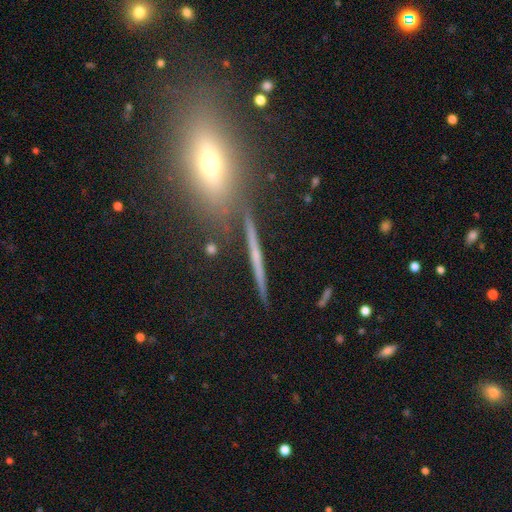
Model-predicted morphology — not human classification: smooth-or-featured: featured or disk: 59% | smooth: 25% | star or artifact: 16%
  disk-edge-on: yes: 93% | no: 7%
    edge-on-bulge: none: 65% | rounded: 26% | boxy: 10%
  merging: none: 85% | minor disturbance: 8% | merger: 5% | major disturbance: 3%